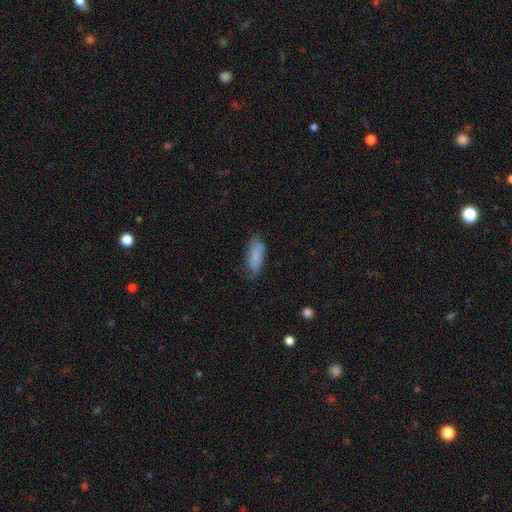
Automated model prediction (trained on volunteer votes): smooth-or-featured: smooth: 81% | featured or disk: 11% | star or artifact: 7%
  how-rounded: in between: 66% | cigar-shaped: 32% | round: 2%
  merging: none: 68% | minor disturbance: 24% | major disturbance: 6% | merger: 2%